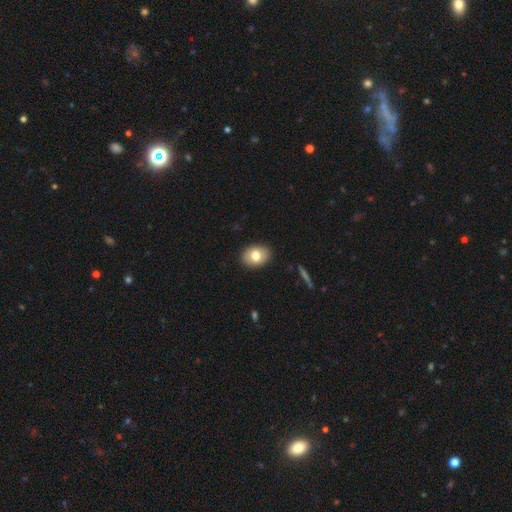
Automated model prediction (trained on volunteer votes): Smooth or featured? smooth (76%)
How rounded? in between (75%)
Merging? none (90%)